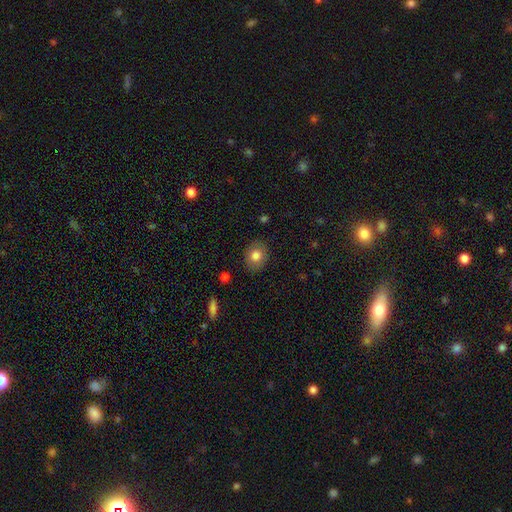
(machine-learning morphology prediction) The model was most divided on "how rounded": round: 50%, in between: 49%, cigar-shaped: 1%. More confident: merging — none (86%); smooth or featured — smooth (78%).